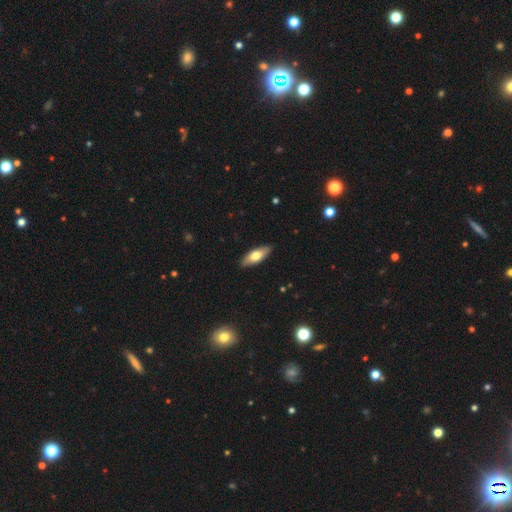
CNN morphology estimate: A smooth galaxy with no disk features (66%) that is in between round and cigar-shaped (69%).

Vote fractions:
- Smooth or featured? smooth: 66% / featured or disk: 28% / star or artifact: 6%
- How rounded? in between: 69% / cigar-shaped: 28% / round: 2%
- Merging? none: 88% / minor disturbance: 9% / major disturbance: 2% / merger: 1%